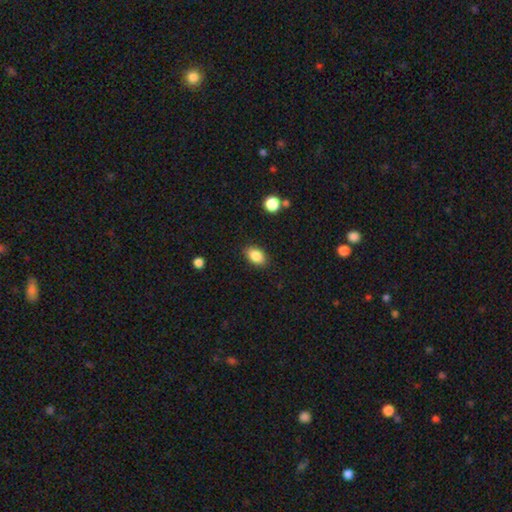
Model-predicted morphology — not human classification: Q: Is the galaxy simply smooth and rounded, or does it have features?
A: smooth — 87%.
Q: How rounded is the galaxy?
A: in between — 88%.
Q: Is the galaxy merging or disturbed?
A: none — 87%.